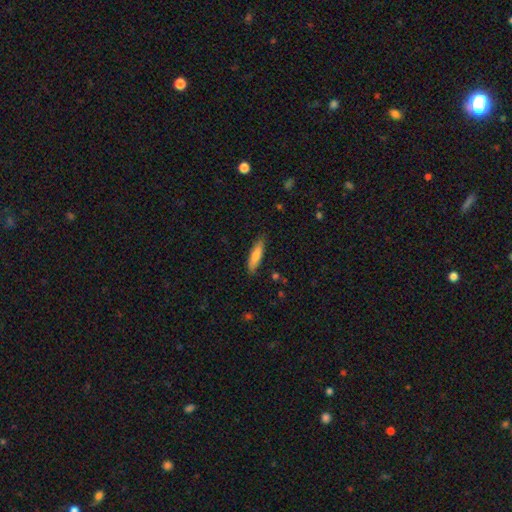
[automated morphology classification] Smooth or featured?
  - smooth: 78% *
  - featured or disk: 16%
  - star or artifact: 6%
How rounded?
  - cigar-shaped: 70% *
  - in between: 28%
  - round: 2%
Merging?
  - none: 84% *
  - minor disturbance: 12%
  - major disturbance: 2%
  - merger: 1%